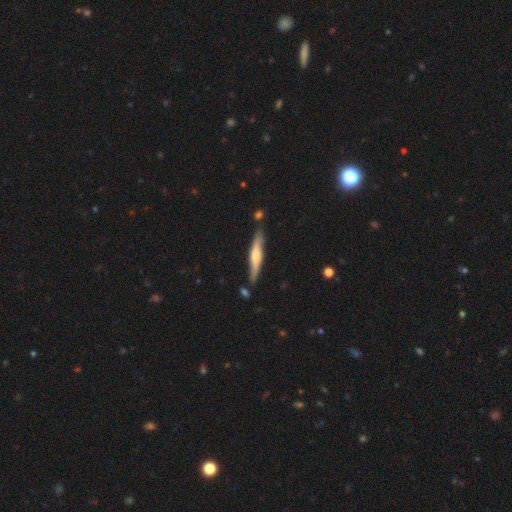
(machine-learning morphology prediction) Q: Smooth or featured?
A: featured or disk (49%); runner-up: smooth (46%)
Q: Merging?
A: none (79%); runner-up: minor disturbance (14%)